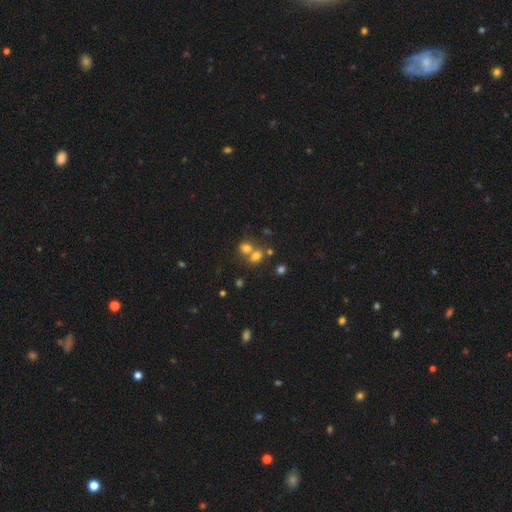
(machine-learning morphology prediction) smooth_or_featured: smooth (p=0.69) [alt: star or artifact p=0.17]
how_rounded: round (p=0.66) [alt: in between p=0.33]
merging: merger (p=0.55) [alt: none p=0.35]